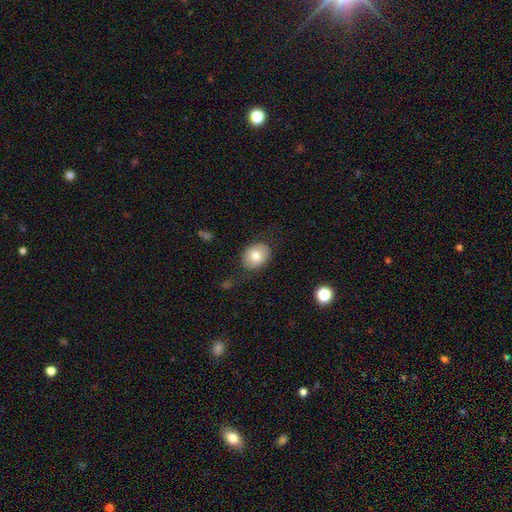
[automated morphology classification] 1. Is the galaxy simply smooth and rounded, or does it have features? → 77% smooth, 16% featured or disk, 8% star or artifact.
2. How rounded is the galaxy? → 65% in between, 34% round, 1% cigar-shaped.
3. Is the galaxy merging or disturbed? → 80% none, 14% minor disturbance, 5% major disturbance, 1% merger.